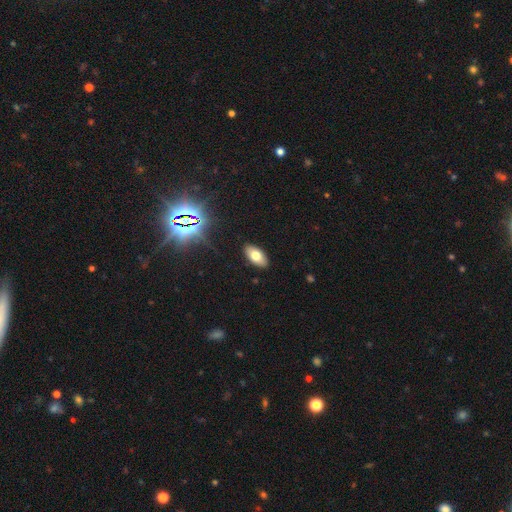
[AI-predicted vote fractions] The model was most divided on "smooth or featured": smooth: 71%, featured or disk: 17%, star or artifact: 12%. More confident: how rounded — in between (92%); merging — none (89%).